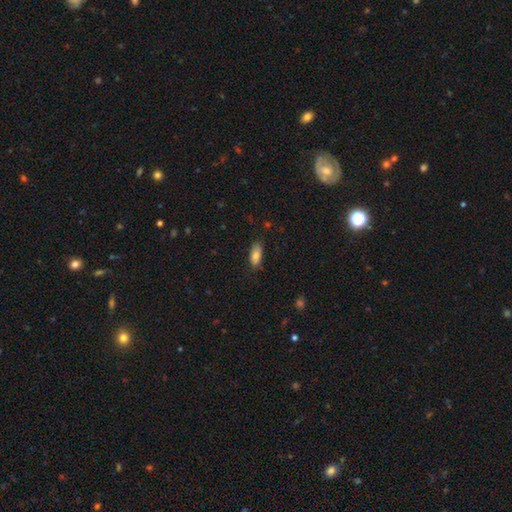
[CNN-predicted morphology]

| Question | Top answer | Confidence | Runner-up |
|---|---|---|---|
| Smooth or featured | smooth | 80% | featured or disk (12%) |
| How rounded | in between | 87% | cigar-shaped (10%) |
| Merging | none | 80% | minor disturbance (16%) |